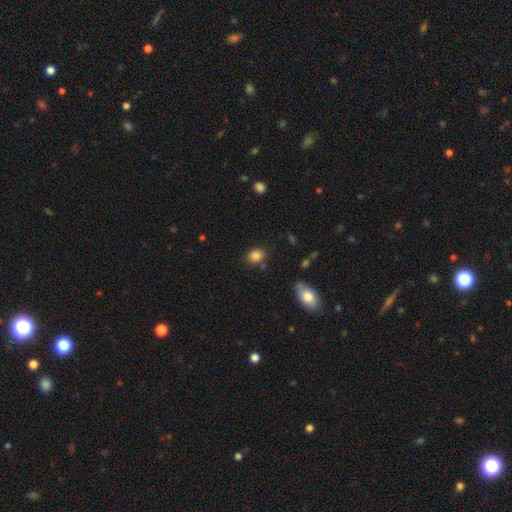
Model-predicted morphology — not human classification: The model was most divided on "how rounded": in between: 62%, round: 36%, cigar-shaped: 1%. More confident: smooth or featured — smooth (85%); merging — none (80%).